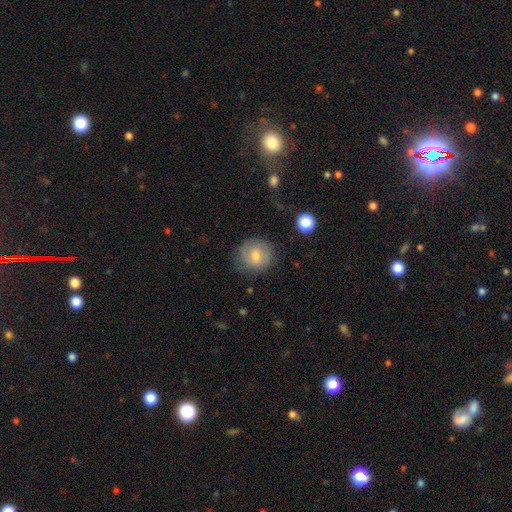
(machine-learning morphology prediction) Smooth or featured: smooth — 62% (featured or disk — 28%)
How rounded: round — 87% (in between — 12%)
Merging: none — 79% (minor disturbance — 15%)